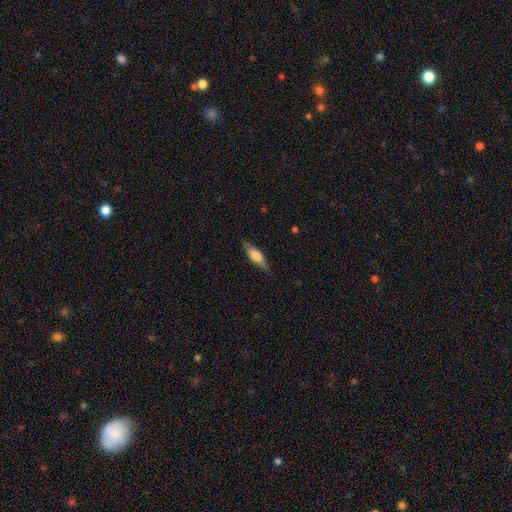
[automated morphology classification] Smooth or featured: smooth — 57% (featured or disk — 36%)
How rounded: cigar-shaped — 55% (in between — 43%)
Merging: none — 83% (minor disturbance — 13%)